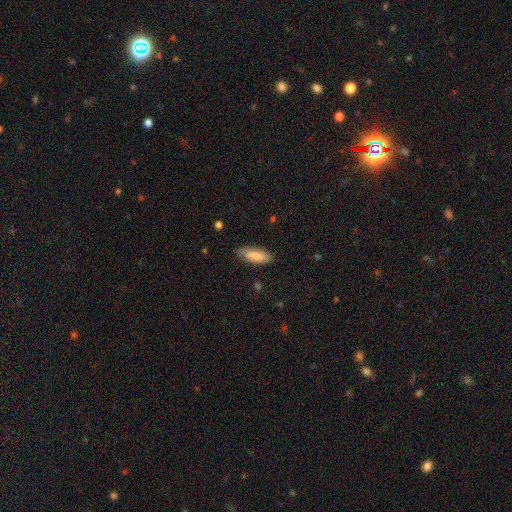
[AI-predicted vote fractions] A smooth galaxy with no disk features (82%) that is in between round and cigar-shaped (73%).

Vote fractions:
- Smooth or featured? smooth: 82% / featured or disk: 13% / star or artifact: 6%
- How rounded? in between: 73% / cigar-shaped: 26% / round: 2%
- Merging? none: 76% / minor disturbance: 19% / major disturbance: 3% / merger: 1%